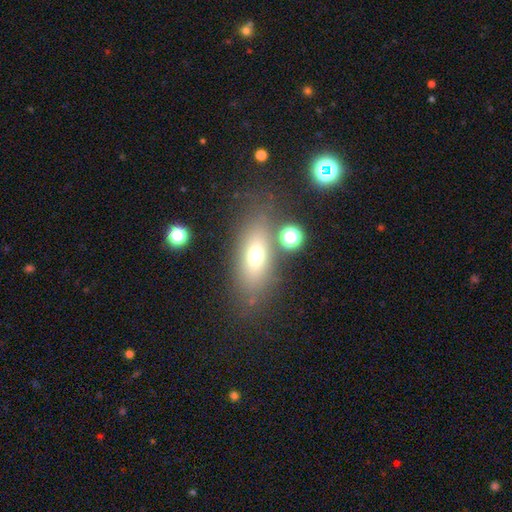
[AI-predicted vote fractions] This appears to be a smooth galaxy with no disk features (64%) that is in between round and cigar-shaped (71%). Merging: none (72%).